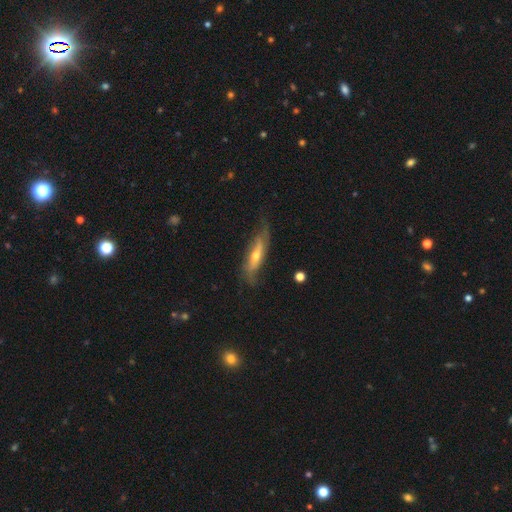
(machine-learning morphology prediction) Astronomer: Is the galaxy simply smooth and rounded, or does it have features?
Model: featured or disk — 66%.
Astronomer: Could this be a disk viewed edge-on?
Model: no — 54% (runner-up: yes, 46%).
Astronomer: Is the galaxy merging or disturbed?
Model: none — 59%.